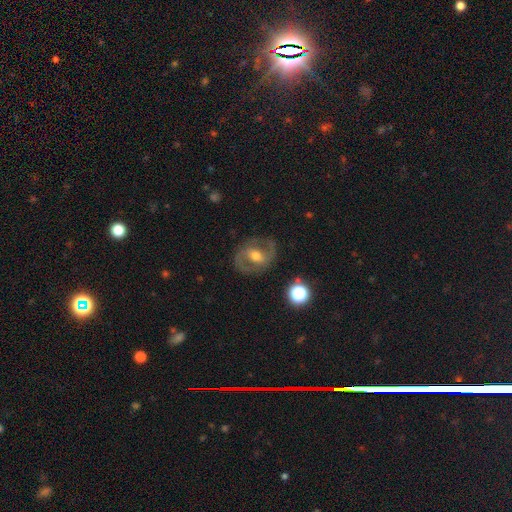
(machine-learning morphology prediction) This appears to be a featured or disk galaxy (76%) with a weak bar (44%), 2 (88%) medium (53%) spiral arms (83%) and a moderate central bulge (70%). Merging: none (82%).